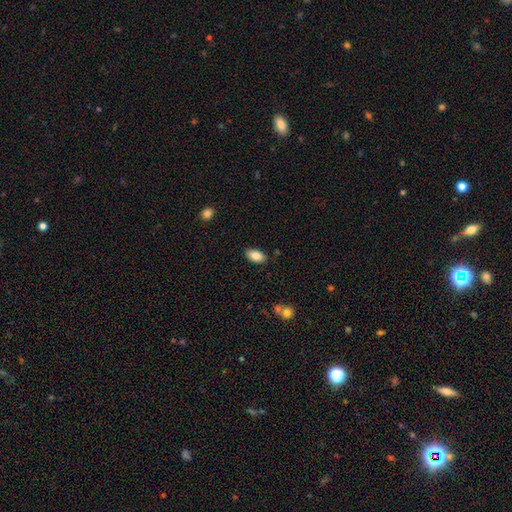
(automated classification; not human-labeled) This is clearly a smooth galaxy (85%). How rounded: clearly in between (94%). Merging: clearly none (85%).